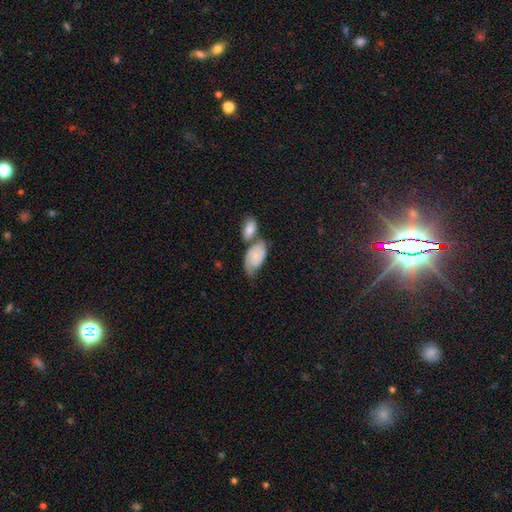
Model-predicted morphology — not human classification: Smooth or featured?
  - smooth: 48% *
  - featured or disk: 45%
  - star or artifact: 7%
Merging?
  - merger: 38% *
  - none: 32%
  - minor disturbance: 20%
  - major disturbance: 10%